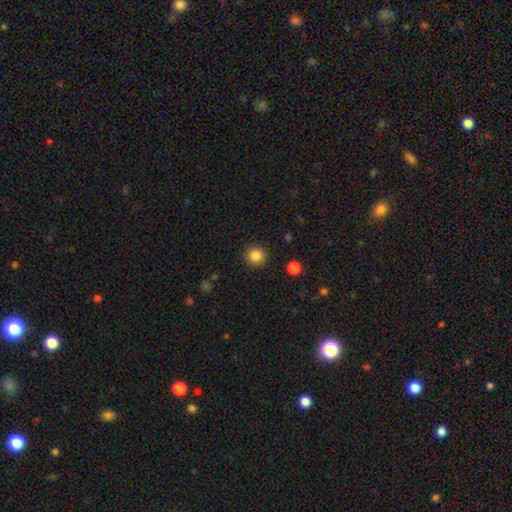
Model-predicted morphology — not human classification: smooth-or-featured: smooth: 86% | star or artifact: 11% | featured or disk: 4%
  how-rounded: round: 93% | in between: 6% | cigar-shaped: 1%
  merging: none: 91% | minor disturbance: 6% | major disturbance: 2% | merger: 1%